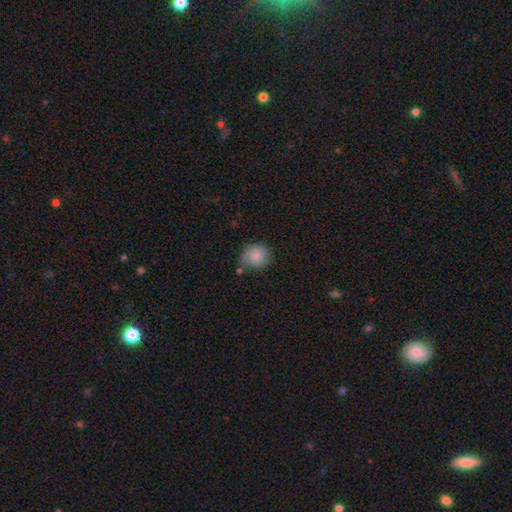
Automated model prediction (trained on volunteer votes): A smooth galaxy with no disk features (83%) that is round (82%).

Vote fractions:
- Smooth or featured? smooth: 83% / featured or disk: 10% / star or artifact: 8%
- How rounded? round: 82% / in between: 17% / cigar-shaped: 1%
- Merging? none: 58% / minor disturbance: 28% / major disturbance: 8% / merger: 6%